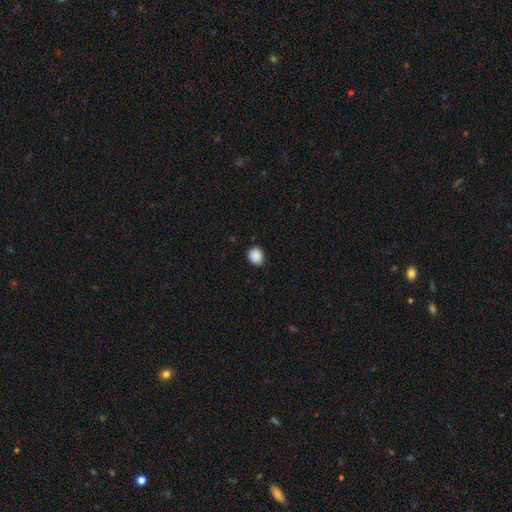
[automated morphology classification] Overall: smooth (89%). How rounded: round (69%; in between 30%). Merging: none (88%).